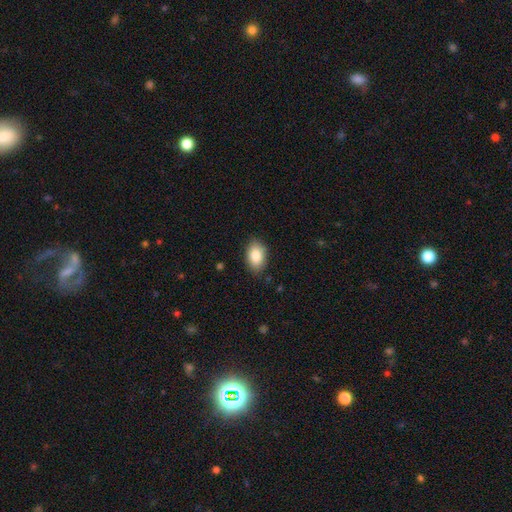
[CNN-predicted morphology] smooth_or_featured: smooth (p=0.85) [alt: featured or disk p=0.08]
how_rounded: in between (p=0.89) [alt: round p=0.10]
merging: none (p=0.86) [alt: minor disturbance p=0.11]